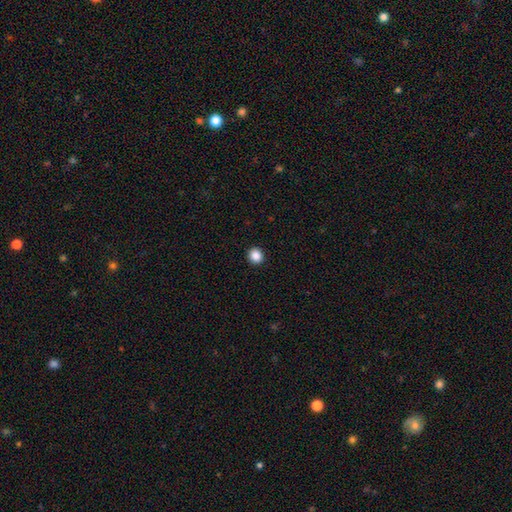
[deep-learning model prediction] smooth-or-featured: smooth: 87% | star or artifact: 10% | featured or disk: 3%
  how-rounded: round: 91% | in between: 9% | cigar-shaped: 1%
  merging: none: 93% | minor disturbance: 4% | major disturbance: 1% | merger: 1%